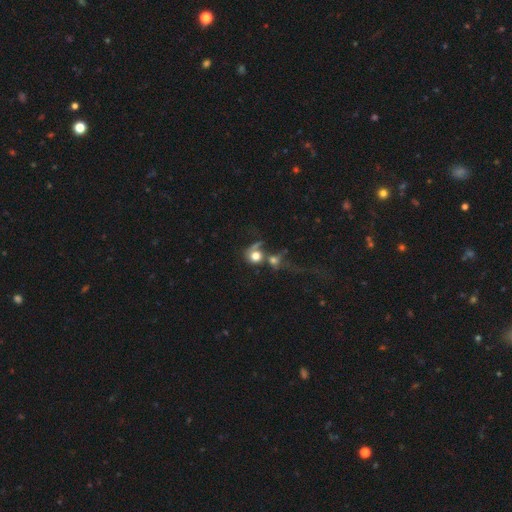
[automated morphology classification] A smooth galaxy with no disk features (67%) that is round (81%).

Vote fractions:
- Smooth or featured? smooth: 67% / featured or disk: 21% / star or artifact: 13%
- How rounded? round: 81% / in between: 18% / cigar-shaped: 1%
- Merging? merger: 47% / none: 25% / major disturbance: 19% / minor disturbance: 9%